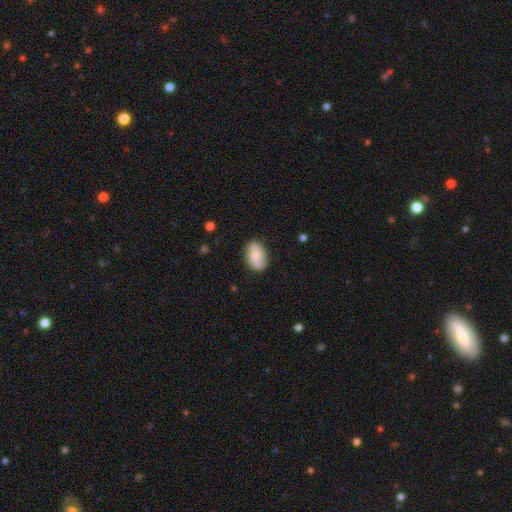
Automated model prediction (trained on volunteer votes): Smooth or featured?
  - smooth: 67% *
  - featured or disk: 26%
  - star or artifact: 7%
How rounded?
  - in between: 88% *
  - round: 10%
  - cigar-shaped: 2%
Merging?
  - none: 80% *
  - minor disturbance: 15%
  - major disturbance: 4%
  - merger: 1%